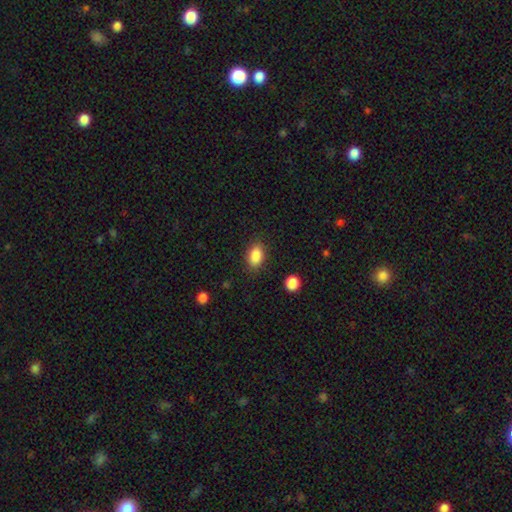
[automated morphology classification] Smooth or featured? Predicted: smooth (p=0.87). How rounded? Predicted: in between (p=0.85). Merging? Predicted: none (p=0.86).